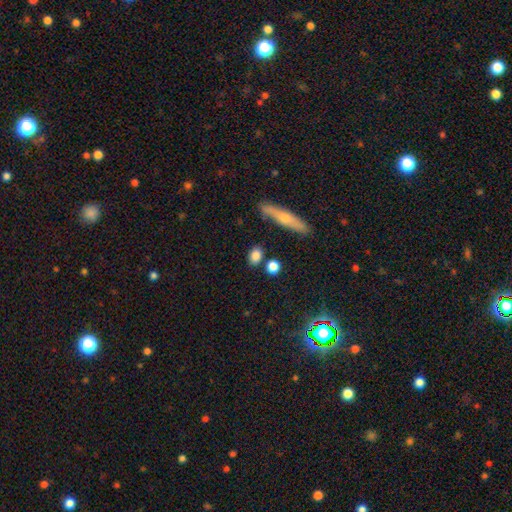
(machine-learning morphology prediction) Smooth or featured? smooth (81%)
How rounded? in between (59%)
Merging? none (78%)